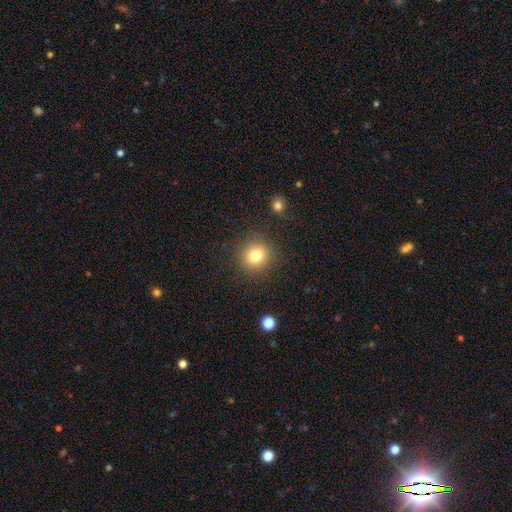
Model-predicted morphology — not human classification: A smooth galaxy with no disk features (80%) that is round (91%).

Vote fractions:
- Smooth or featured? smooth: 80% / star or artifact: 12% / featured or disk: 8%
- How rounded? round: 91% / in between: 8% / cigar-shaped: 1%
- Merging? none: 87% / minor disturbance: 8% / major disturbance: 3% / merger: 2%